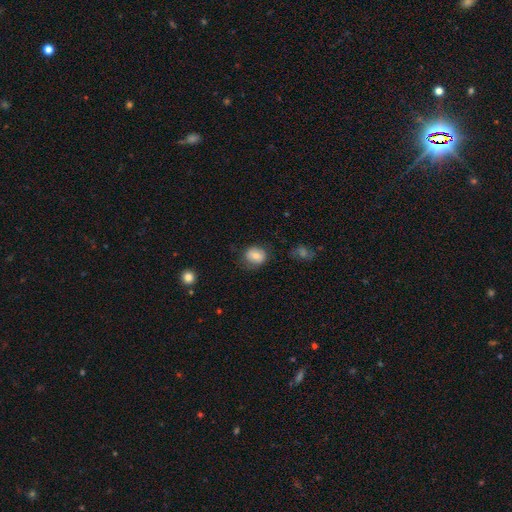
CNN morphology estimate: This appears to be a smooth galaxy with no disk features (77%) that is round (75%). Merging: none (77%).